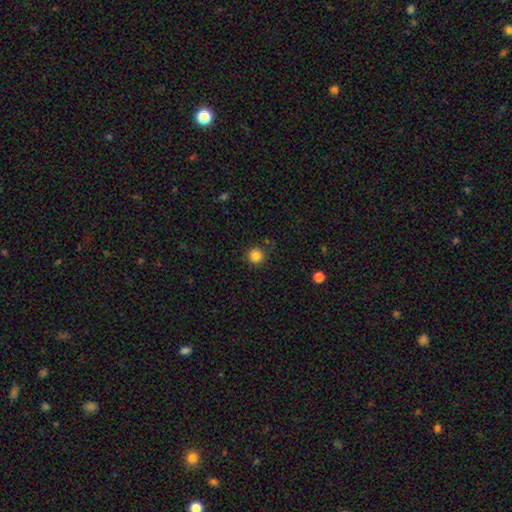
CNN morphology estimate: smooth-or-featured: smooth: 84% | star or artifact: 12% | featured or disk: 5%
  how-rounded: round: 95% | in between: 4% | cigar-shaped: 1%
  merging: none: 88% | minor disturbance: 8% | major disturbance: 2% | merger: 2%